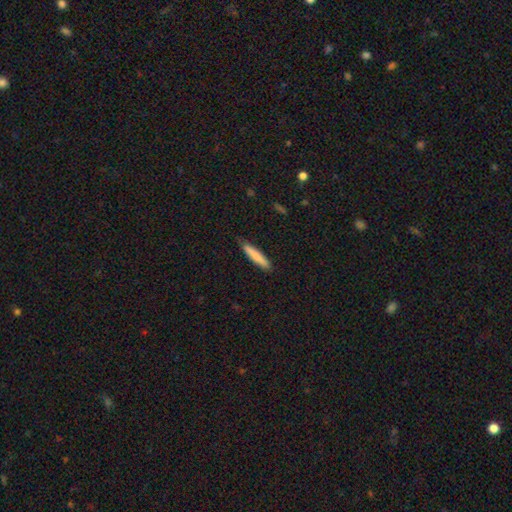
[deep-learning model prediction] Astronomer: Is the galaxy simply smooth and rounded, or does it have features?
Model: smooth — 79%.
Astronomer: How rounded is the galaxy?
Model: cigar-shaped — 90%.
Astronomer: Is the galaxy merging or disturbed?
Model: none — 82%.